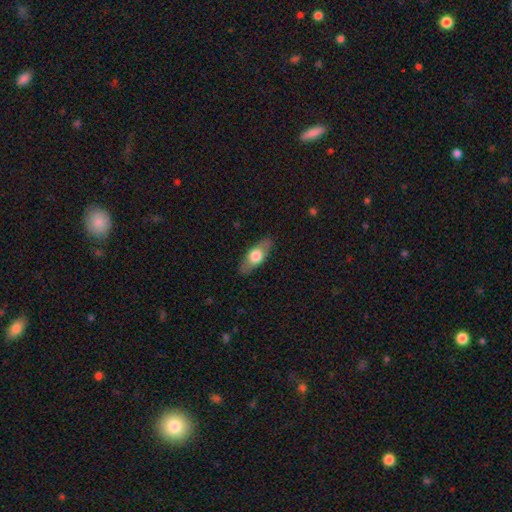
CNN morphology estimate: A smooth galaxy with no disk features (56%) that is in between round and cigar-shaped (69%).

Vote fractions:
- Smooth or featured? smooth: 56% / featured or disk: 39% / star or artifact: 6%
- How rounded? in between: 69% / cigar-shaped: 25% / round: 5%
- Merging? none: 86% / minor disturbance: 11% / major disturbance: 3% / merger: 1%